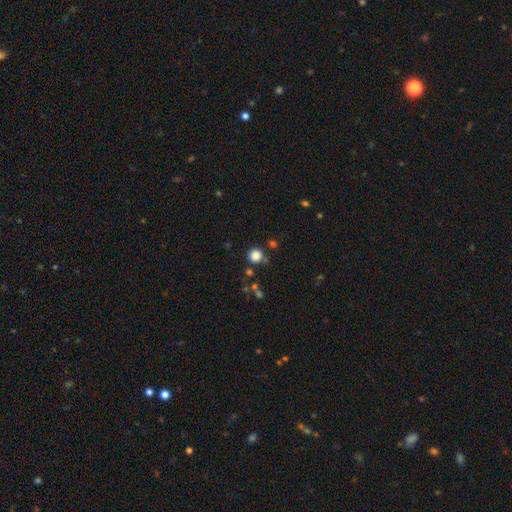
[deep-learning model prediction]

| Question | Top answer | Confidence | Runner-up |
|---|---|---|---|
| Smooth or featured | smooth | 83% | star or artifact (12%) |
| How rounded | round | 94% | in between (5%) |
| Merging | none | 83% | minor disturbance (8%) |